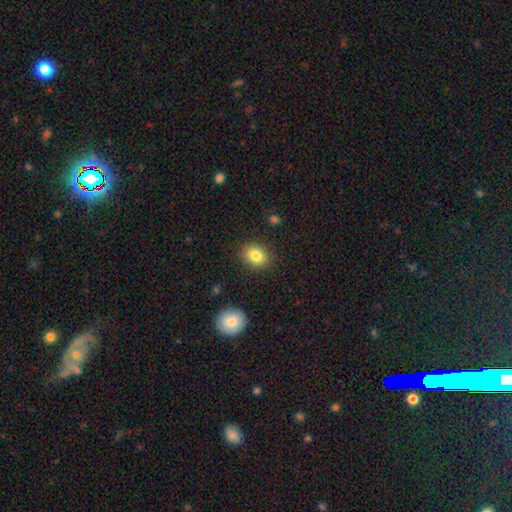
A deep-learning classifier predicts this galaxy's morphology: The model was most divided on "how rounded": in between: 59%, round: 40%, cigar-shaped: 1%. More confident: merging — none (87%); smooth or featured — smooth (83%).